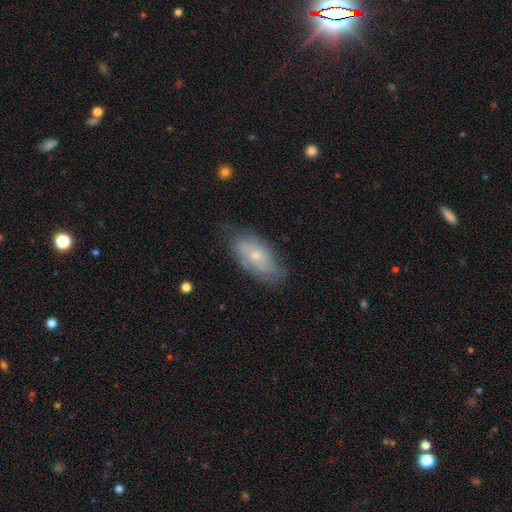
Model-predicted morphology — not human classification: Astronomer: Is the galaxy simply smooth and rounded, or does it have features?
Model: featured or disk — 57% (runner-up: smooth, 36%).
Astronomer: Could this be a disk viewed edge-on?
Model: no — 90%.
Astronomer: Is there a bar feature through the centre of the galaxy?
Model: no — 77%.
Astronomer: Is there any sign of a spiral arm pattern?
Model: yes — 77%.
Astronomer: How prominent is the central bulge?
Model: small — 68%.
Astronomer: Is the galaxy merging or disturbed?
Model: none — 66%.